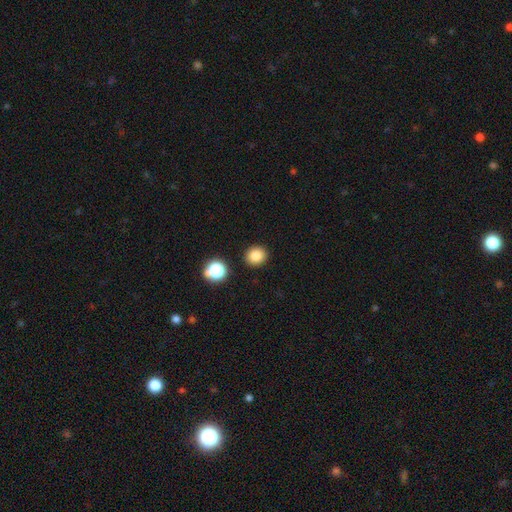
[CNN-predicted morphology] smooth_or_featured: smooth (p=0.82) [alt: star or artifact p=0.13]
how_rounded: round (p=0.87) [alt: in between p=0.12]
merging: none (p=0.90) [alt: minor disturbance p=0.05]